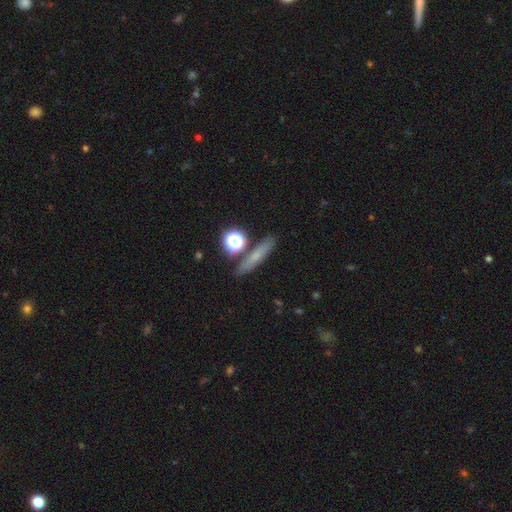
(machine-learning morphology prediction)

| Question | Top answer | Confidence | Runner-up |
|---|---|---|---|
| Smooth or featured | smooth | 58% | featured or disk (26%) |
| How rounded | cigar-shaped | 70% | in between (16%) |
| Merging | none | 81% | minor disturbance (9%) |